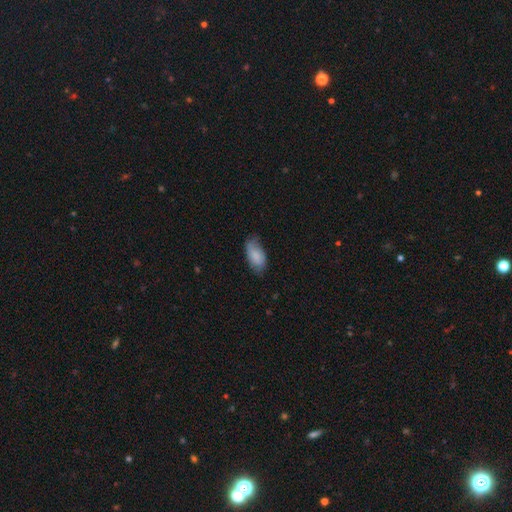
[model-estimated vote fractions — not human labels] Smooth or featured? Predicted: smooth (p=0.80). How rounded? Predicted: in between (p=0.94). Merging? Predicted: none (p=0.63).